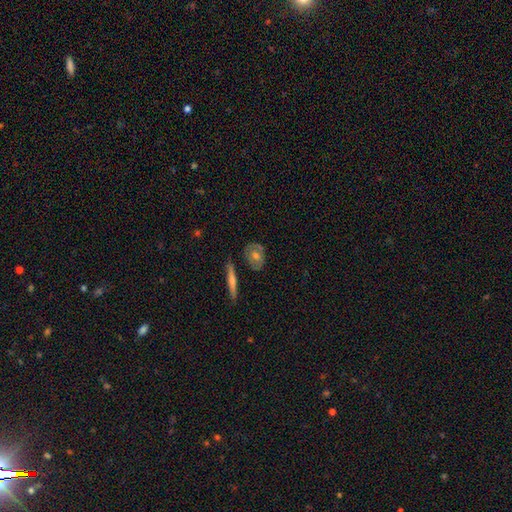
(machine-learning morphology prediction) A featured or disk galaxy (56%). Merging: none (78%).